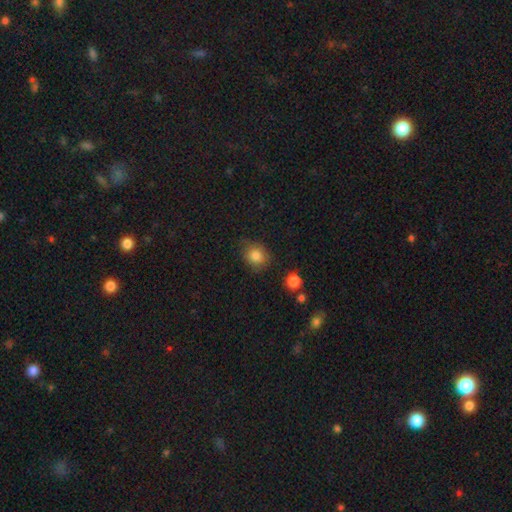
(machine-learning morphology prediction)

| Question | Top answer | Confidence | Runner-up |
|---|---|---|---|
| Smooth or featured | smooth | 83% | star or artifact (10%) |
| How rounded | round | 69% | in between (30%) |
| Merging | none | 72% | minor disturbance (21%) |